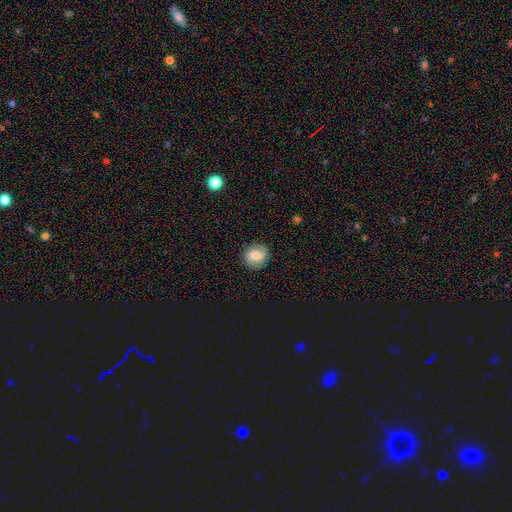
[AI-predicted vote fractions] Smooth or featured? Predicted: smooth (p=0.59). How rounded? Predicted: round (p=0.81). Merging? Predicted: none (p=0.83).